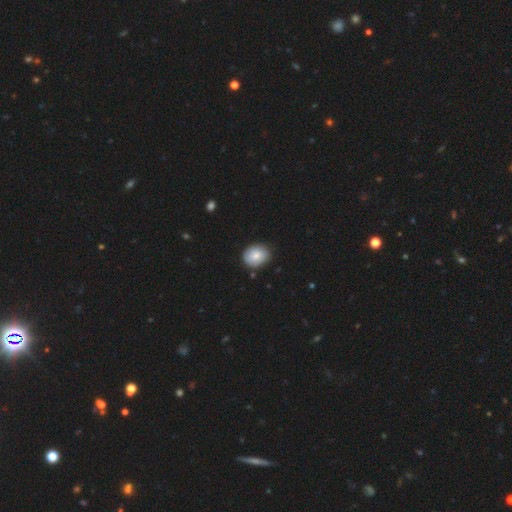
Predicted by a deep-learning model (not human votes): smooth-or-featured: smooth: 79% | featured or disk: 14% | star or artifact: 7%
  how-rounded: round: 54% | in between: 45% | cigar-shaped: 1%
  merging: none: 81% | minor disturbance: 15% | major disturbance: 2% | merger: 2%